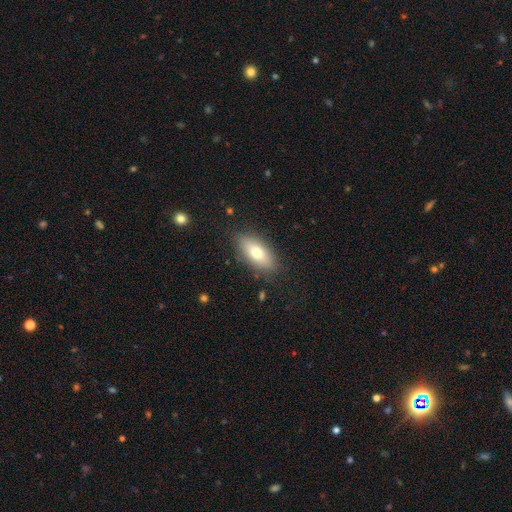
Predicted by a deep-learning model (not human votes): Smooth or featured? smooth (74%)
How rounded? in between (85%)
Merging? none (84%)